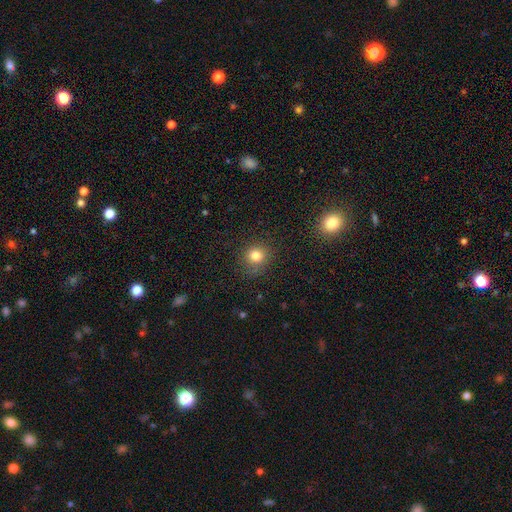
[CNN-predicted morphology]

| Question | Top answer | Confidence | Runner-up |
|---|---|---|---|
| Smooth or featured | smooth | 80% | star or artifact (13%) |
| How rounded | round | 83% | in between (16%) |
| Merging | none | 83% | minor disturbance (12%) |